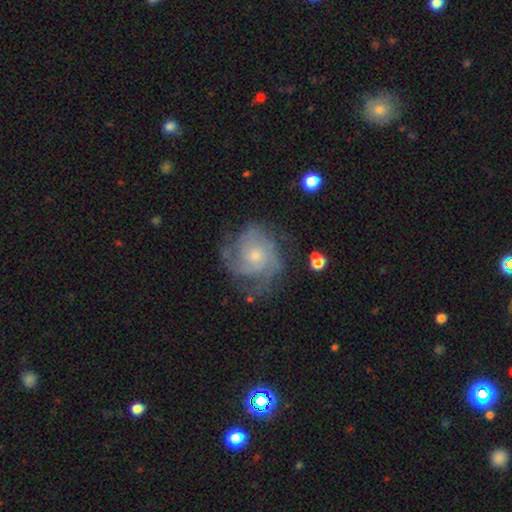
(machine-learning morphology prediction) Smooth or featured: featured or disk — 80% (smooth — 14%)
Edge-on disk: no — 98% (yes — 2%)
Bar: no — 78% (weak — 20%)
Spiral arms: yes — 93% (no — 7%)
Spiral winding: tight — 54% (medium — 36%)
Spiral arm count: 3 — 32% (can't tell — 26%)
Bulge size: small — 64% (moderate — 31%)
Merging: none — 64% (minor disturbance — 21%)